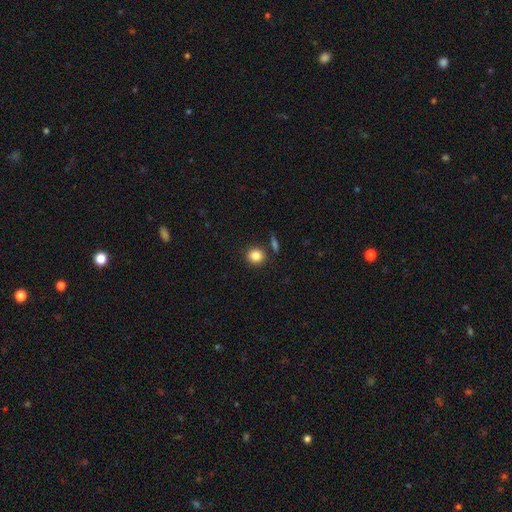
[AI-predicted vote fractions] Smooth or featured? Predicted: smooth (p=0.85). How rounded? Predicted: round (p=0.84). Merging? Predicted: none (p=0.84).